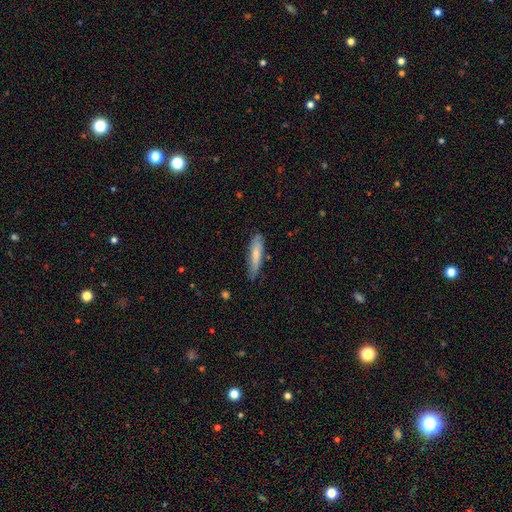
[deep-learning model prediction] Smooth or featured: smooth — 63% (featured or disk — 30%)
How rounded: cigar-shaped — 80% (in between — 18%)
Merging: none — 78% (minor disturbance — 18%)